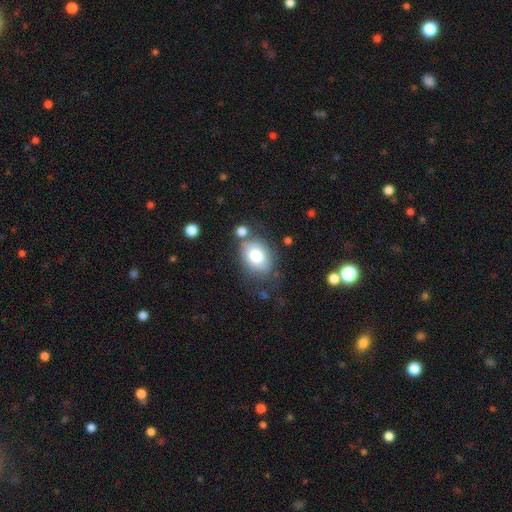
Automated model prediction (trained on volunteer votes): The model was most divided on "how rounded": in between: 70%, round: 29%, cigar-shaped: 1%. More confident: smooth or featured — smooth (75%); merging — none (64%).